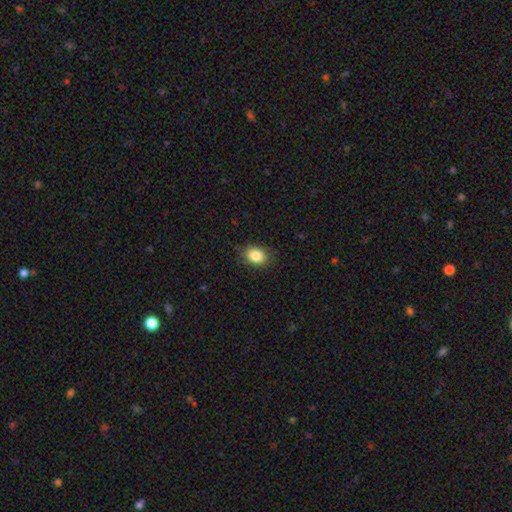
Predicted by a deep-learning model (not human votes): This appears to be a smooth galaxy with no disk features (86%) that is in between round and cigar-shaped (63%). Merging: none (84%).